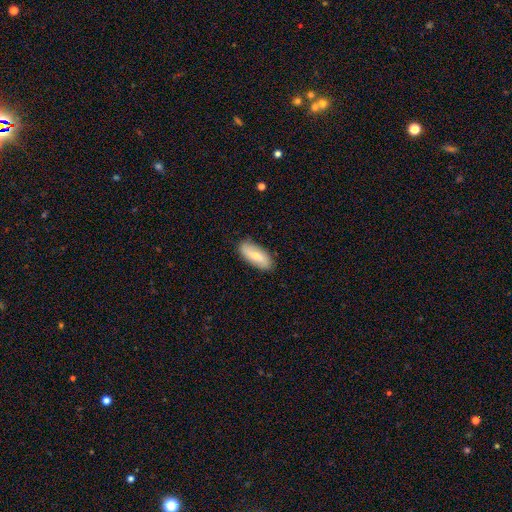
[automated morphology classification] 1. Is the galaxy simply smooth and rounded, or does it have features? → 60% smooth, 34% featured or disk, 6% star or artifact.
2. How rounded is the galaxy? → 76% in between, 21% cigar-shaped, 3% round.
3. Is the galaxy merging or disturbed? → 86% none, 11% minor disturbance, 2% major disturbance, 1% merger.